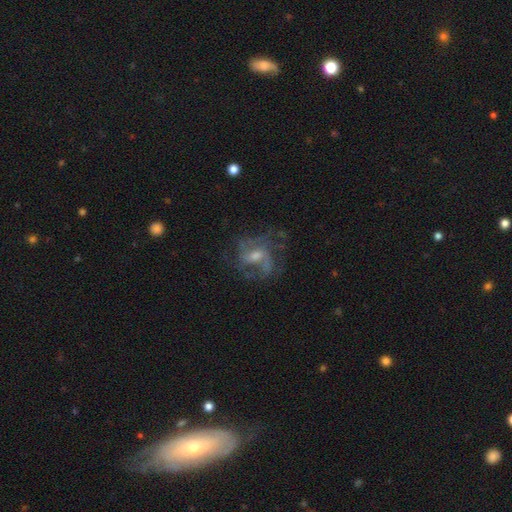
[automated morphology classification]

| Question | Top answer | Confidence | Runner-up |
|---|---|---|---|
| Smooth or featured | featured or disk | 79% | smooth (11%) |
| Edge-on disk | no | 97% | yes (3%) |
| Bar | weak | 50% | no (34%) |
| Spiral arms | yes | 91% | no (9%) |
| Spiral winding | medium | 50% | loose (28%) |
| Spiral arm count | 2 | 35% | 3 (25%) |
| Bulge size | moderate | 48% | small (38%) |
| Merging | none | 63% | major disturbance (18%) |